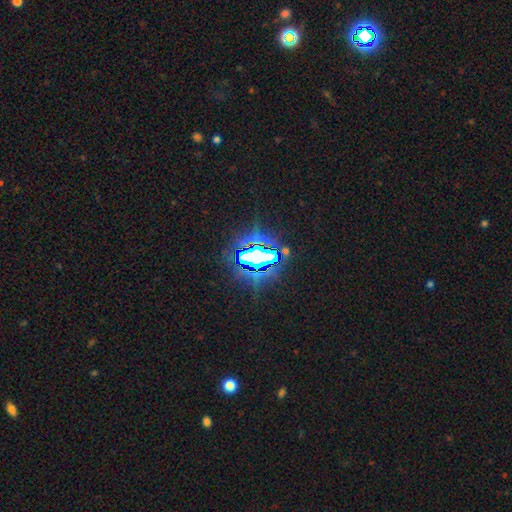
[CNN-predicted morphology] This appears to be a star or artifact, not a galaxy (76%).